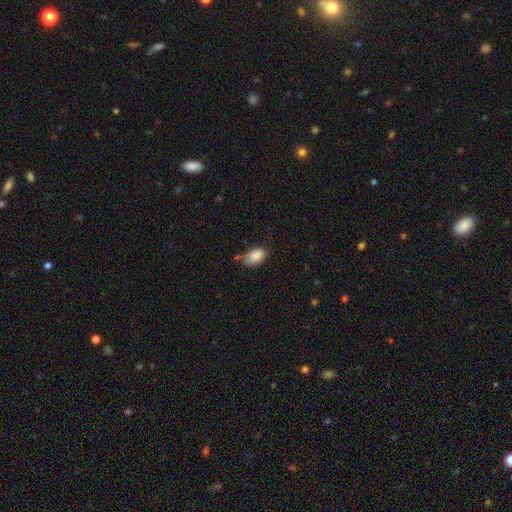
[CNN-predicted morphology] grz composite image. It shows a smooth galaxy with no disk features (87%) that is in between round and cigar-shaped (91%). Merging: none (56%).